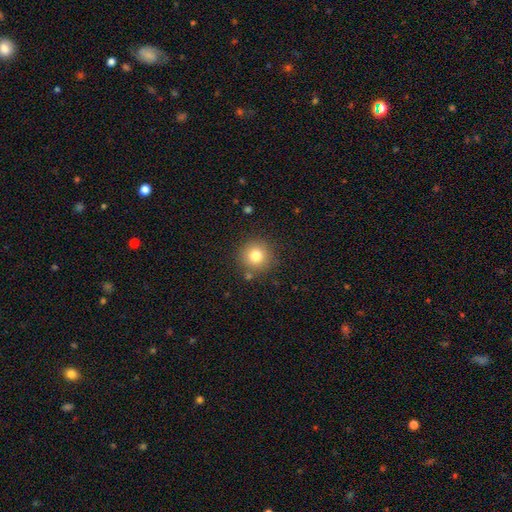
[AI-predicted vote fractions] Smooth or featured? Predicted: smooth (p=0.79). How rounded? Predicted: round (p=0.94). Merging? Predicted: none (p=0.84).